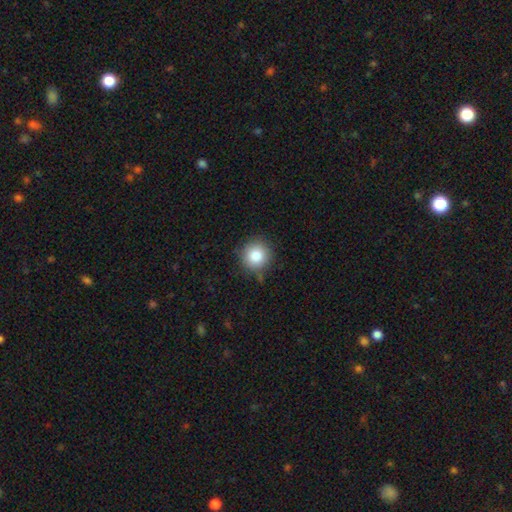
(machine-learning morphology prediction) Q: Smooth or featured?
A: smooth (85%); runner-up: star or artifact (10%)
Q: How rounded?
A: round (94%); runner-up: in between (5%)
Q: Merging?
A: none (84%); runner-up: minor disturbance (11%)